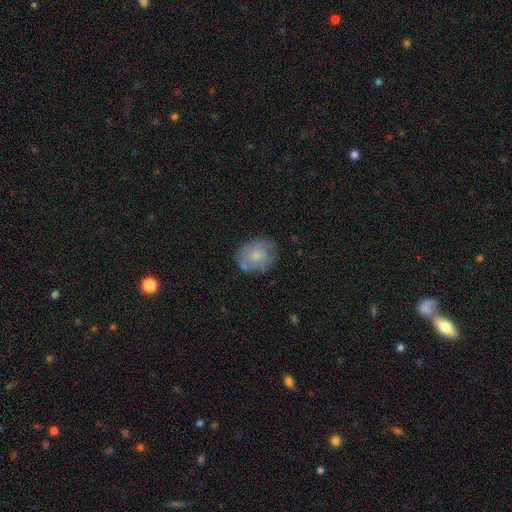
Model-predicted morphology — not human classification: The model was most divided on "how rounded": round: 55%, in between: 44%, cigar-shaped: 1%. More confident: merging — none (65%); smooth or featured — smooth (54%).